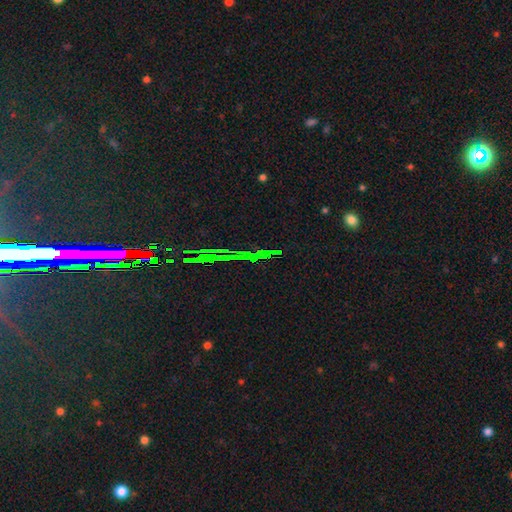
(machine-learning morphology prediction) This appears to be a star or artifact, not a galaxy (78%).